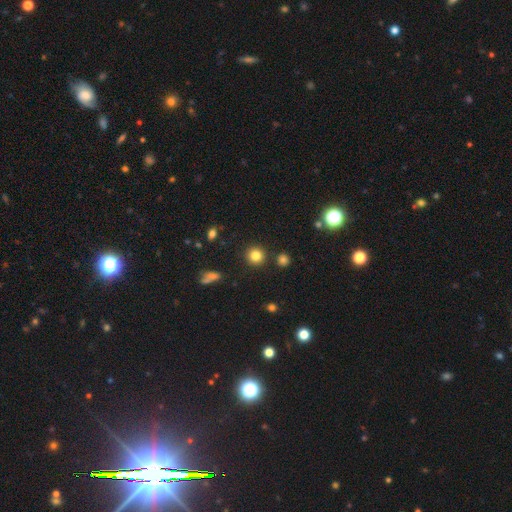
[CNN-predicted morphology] Smooth or featured?
  - smooth: 82% *
  - star or artifact: 12%
  - featured or disk: 6%
How rounded?
  - round: 93% *
  - in between: 6%
  - cigar-shaped: 1%
Merging?
  - none: 88% *
  - minor disturbance: 6%
  - merger: 3%
  - major disturbance: 2%